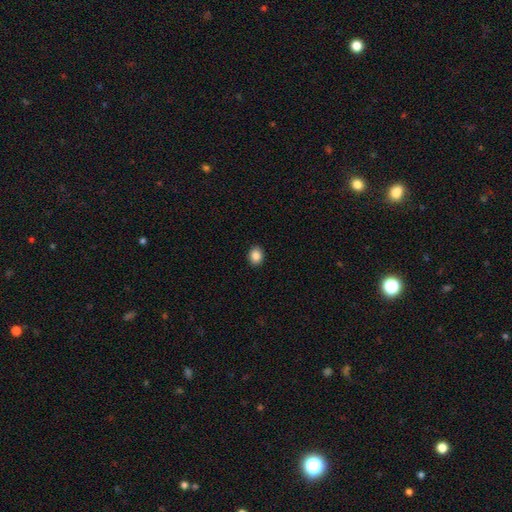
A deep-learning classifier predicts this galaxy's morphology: Overall: smooth (87%). How rounded: round (53%; in between 46%). Merging: none (92%).